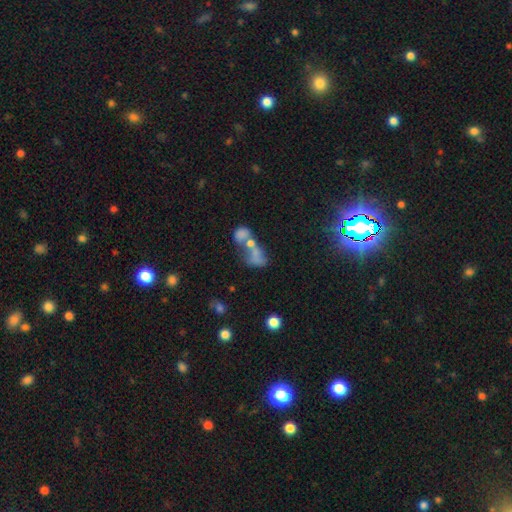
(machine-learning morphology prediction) Smooth or featured? Predicted: smooth (p=0.57). How rounded? Predicted: in between (p=0.76). Merging? Predicted: merger (p=0.63).